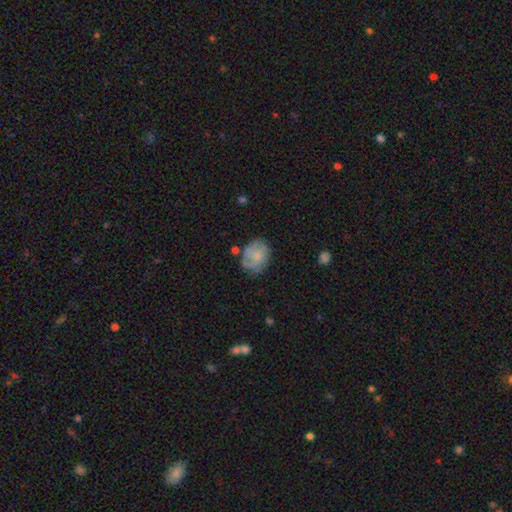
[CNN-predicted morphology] This is possibly a smooth galaxy (55%). How rounded: possibly in between (52%). Merging: possibly none (57%).